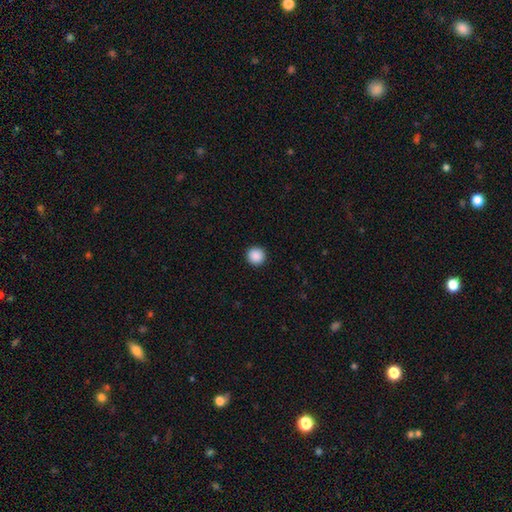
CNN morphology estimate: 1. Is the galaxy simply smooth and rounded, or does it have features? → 89% smooth, 8% star or artifact, 2% featured or disk.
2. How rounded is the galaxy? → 96% round, 3% in between, 1% cigar-shaped.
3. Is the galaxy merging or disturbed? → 93% none, 4% minor disturbance, 2% major disturbance, 1% merger.